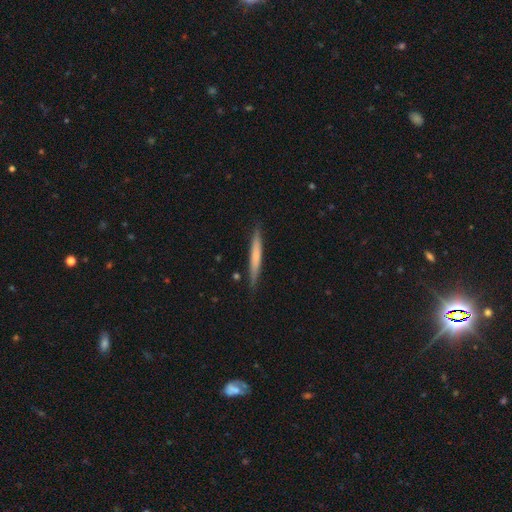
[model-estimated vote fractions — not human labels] A smooth galaxy with no disk features (59%) that is cigar-shaped (96%). Merging: none (87%).